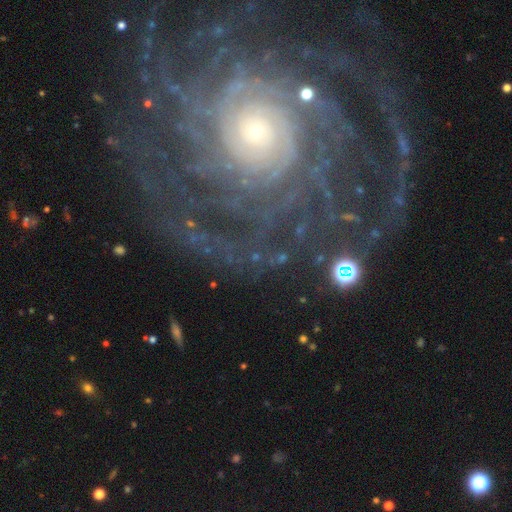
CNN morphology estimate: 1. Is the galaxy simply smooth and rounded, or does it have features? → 88% featured or disk, 7% star or artifact, 5% smooth.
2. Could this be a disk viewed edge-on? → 97% no, 3% yes.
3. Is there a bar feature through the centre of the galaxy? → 81% no, 13% weak, 6% strong.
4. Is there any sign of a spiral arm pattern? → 97% yes, 3% no.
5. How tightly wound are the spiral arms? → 74% tight, 20% medium, 6% loose.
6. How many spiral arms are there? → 26% can't tell, 21% more than 4, 15% 4, 14% 2, 14% 3, 10% 1.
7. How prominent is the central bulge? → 54% small, 34% moderate, 9% large, 2% dominant, 2% none.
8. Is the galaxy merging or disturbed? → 73% none, 13% minor disturbance, 12% major disturbance, 2% merger.